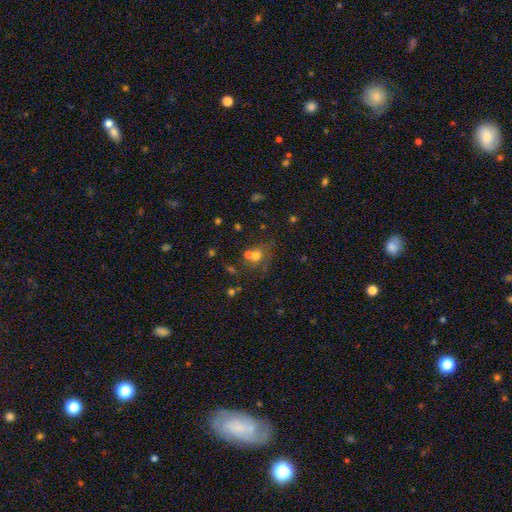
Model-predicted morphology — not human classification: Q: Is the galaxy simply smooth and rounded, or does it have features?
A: smooth — 63%.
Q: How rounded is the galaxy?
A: round — 73%.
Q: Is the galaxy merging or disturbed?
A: merger — 41%, tied with none.